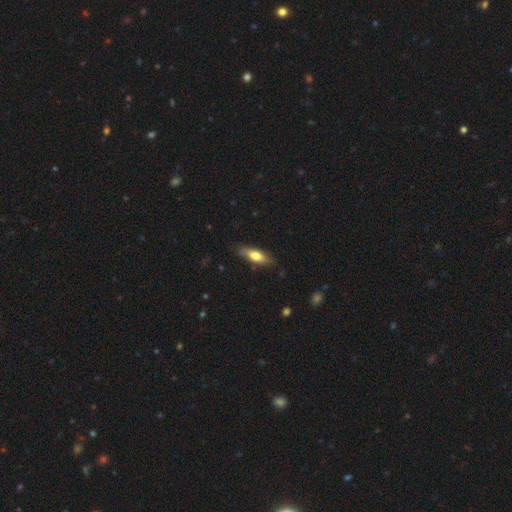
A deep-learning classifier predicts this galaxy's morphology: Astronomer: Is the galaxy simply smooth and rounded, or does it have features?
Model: smooth — 65%.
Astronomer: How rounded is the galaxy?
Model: in between — 55% (runner-up: cigar-shaped, 43%).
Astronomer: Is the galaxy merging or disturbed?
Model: none — 79%.